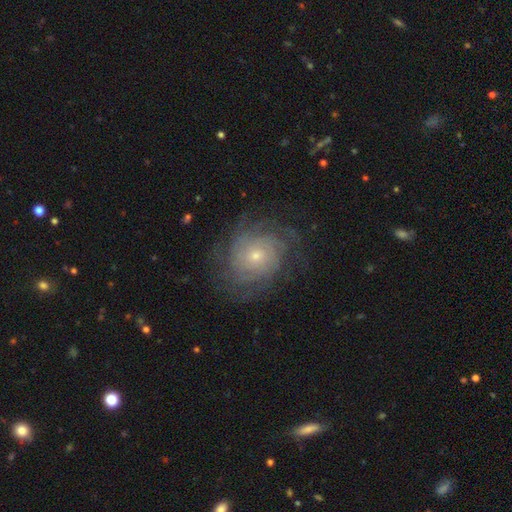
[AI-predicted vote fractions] A featured or disk galaxy (79%) with no bar (78%), tight (71%) spiral arms (94%) and a small central bulge (66%). Merging: none (76%).